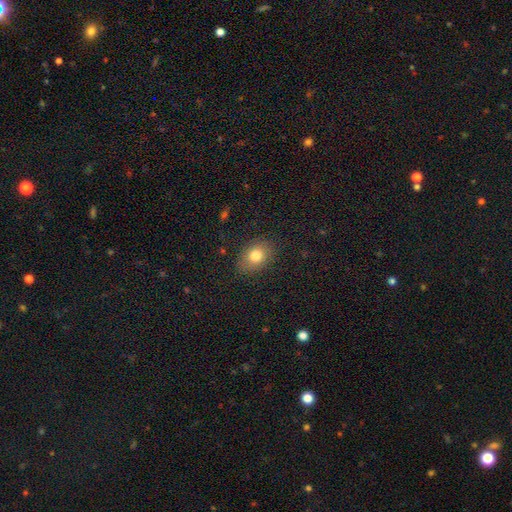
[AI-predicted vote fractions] Smooth or featured? Predicted: smooth (p=0.79). How rounded? Predicted: in between (p=0.70). Merging? Predicted: none (p=0.84).